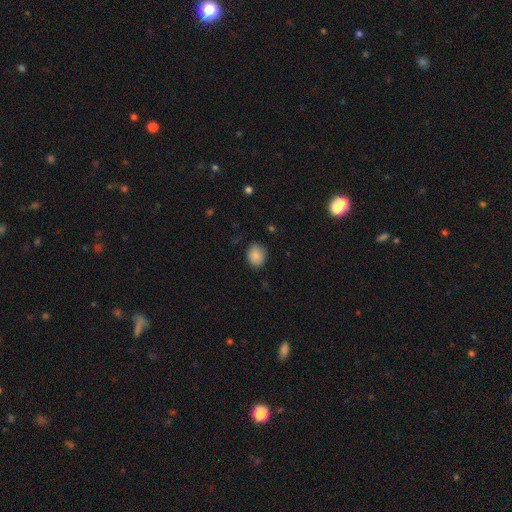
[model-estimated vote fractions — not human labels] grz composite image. It shows a smooth galaxy with no disk features (87%) that is round (60%). Merging: none (82%).